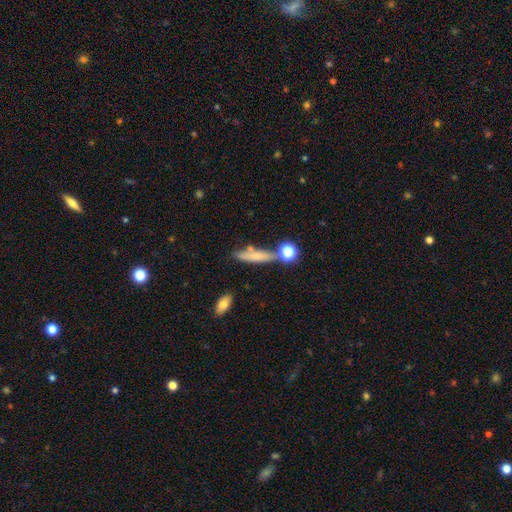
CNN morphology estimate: Smooth or featured: smooth — 63% (featured or disk — 27%)
How rounded: cigar-shaped — 77% (in between — 18%)
Merging: none — 61% (minor disturbance — 17%)